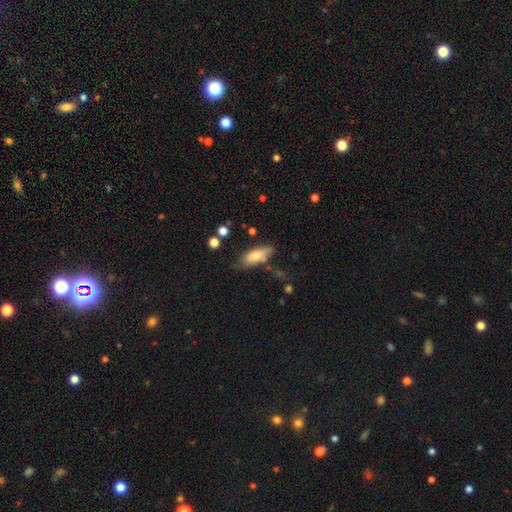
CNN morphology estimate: This appears to be a smooth galaxy with no disk features (72%) that is in between round and cigar-shaped (71%). Merging: none (69%).